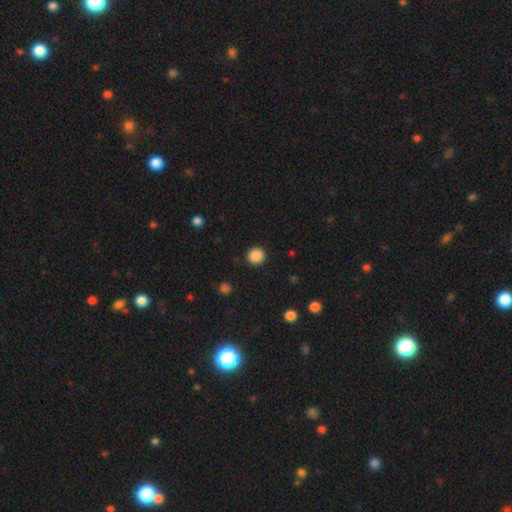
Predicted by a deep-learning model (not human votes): smooth_or_featured: smooth (p=0.88) [alt: star or artifact p=0.10]
how_rounded: round (p=0.94) [alt: in between p=0.05]
merging: none (p=0.91) [alt: minor disturbance p=0.05]